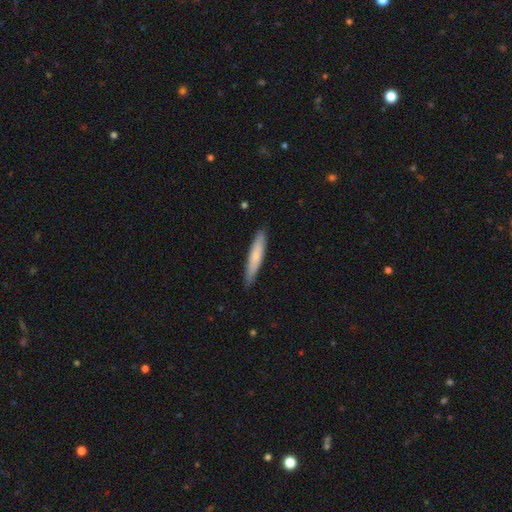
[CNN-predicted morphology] Q: Smooth or featured?
A: smooth (73%); runner-up: featured or disk (22%)
Q: How rounded?
A: cigar-shaped (90%); runner-up: in between (9%)
Q: Merging?
A: none (87%); runner-up: minor disturbance (10%)